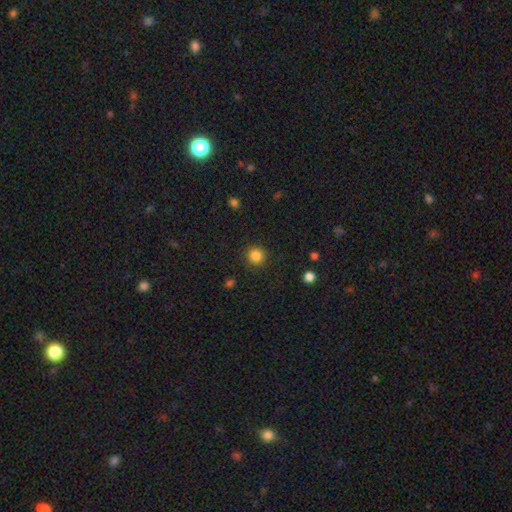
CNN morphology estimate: A smooth galaxy with no disk features (85%) that is round (94%).

Vote fractions:
- Smooth or featured? smooth: 85% / star or artifact: 12% / featured or disk: 4%
- How rounded? round: 94% / in between: 5% / cigar-shaped: 1%
- Merging? none: 91% / minor disturbance: 6% / major disturbance: 2% / merger: 1%